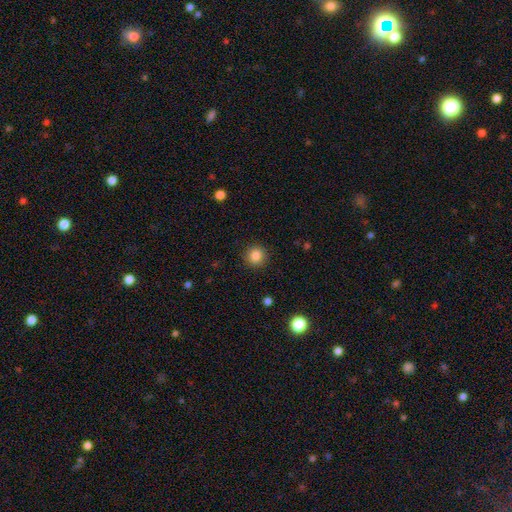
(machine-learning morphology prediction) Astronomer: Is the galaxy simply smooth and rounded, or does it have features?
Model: smooth — 85%.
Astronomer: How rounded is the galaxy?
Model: round — 93%.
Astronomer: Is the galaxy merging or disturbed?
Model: none — 91%.